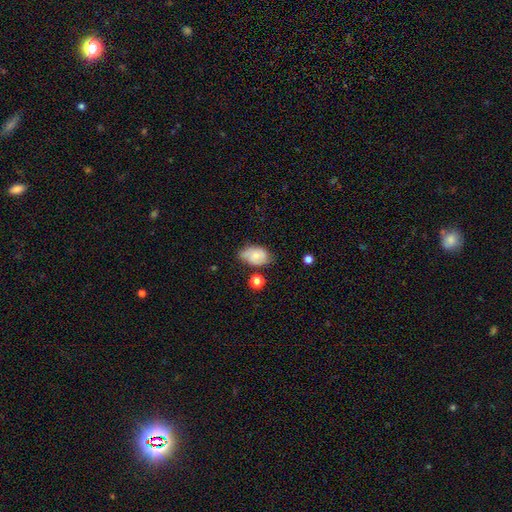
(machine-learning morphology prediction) This appears to be a smooth galaxy with no disk features (53%) that is in between round and cigar-shaped (85%). Merging: none (55%).